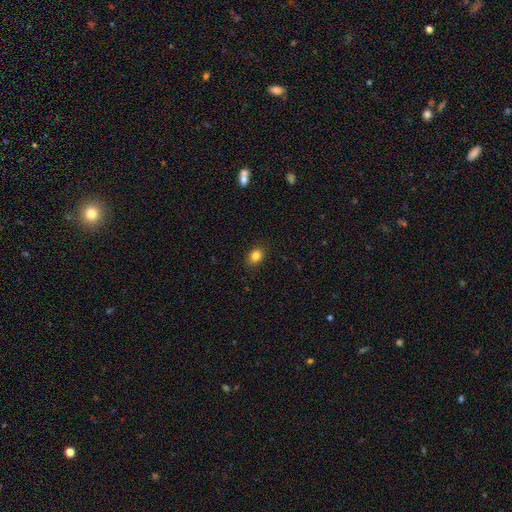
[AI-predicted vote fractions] Overall: smooth (84%). How rounded: in between (59%; round 40%). Merging: none (88%).